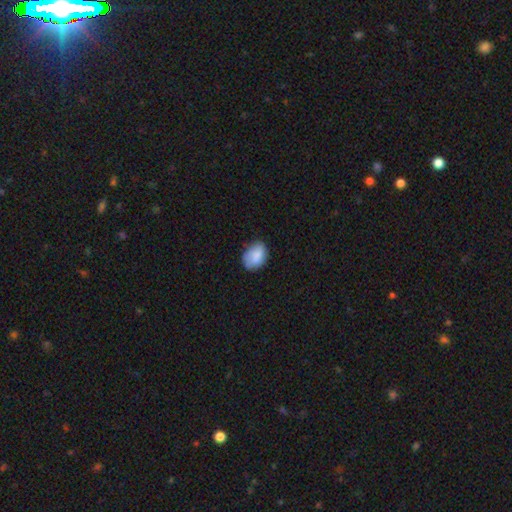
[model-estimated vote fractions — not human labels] A smooth galaxy with no disk features (77%) that is in between round and cigar-shaped (76%).

Vote fractions:
- Smooth or featured? smooth: 77% / featured or disk: 16% / star or artifact: 7%
- How rounded? in between: 76% / round: 23% / cigar-shaped: 1%
- Merging? none: 69% / minor disturbance: 24% / major disturbance: 5% / merger: 1%